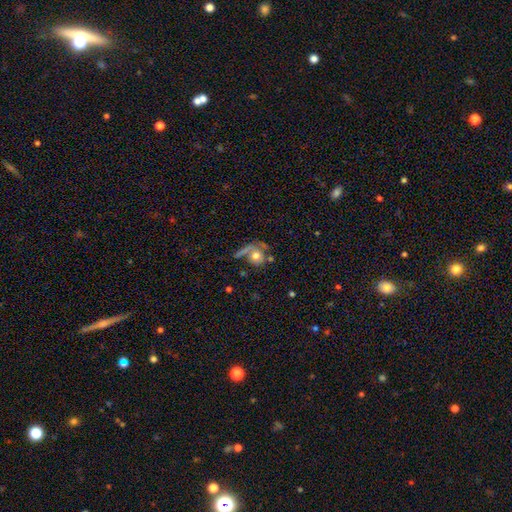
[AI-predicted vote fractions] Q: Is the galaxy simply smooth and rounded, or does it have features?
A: smooth — 62%.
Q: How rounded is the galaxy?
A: round — 79%.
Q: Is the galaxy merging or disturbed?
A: none — 40%.